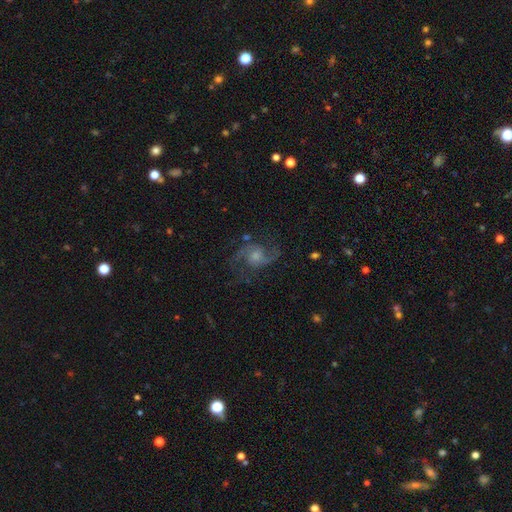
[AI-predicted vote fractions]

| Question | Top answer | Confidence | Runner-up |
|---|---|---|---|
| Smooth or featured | featured or disk | 83% | star or artifact (10%) |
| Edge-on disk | no | 97% | yes (3%) |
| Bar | no | 65% | weak (29%) |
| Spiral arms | yes | 96% | no (4%) |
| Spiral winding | medium | 53% | loose (34%) |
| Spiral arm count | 2 | 82% | 3 (7%) |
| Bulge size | small | 43% | tied: moderate (43%) |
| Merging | none | 74% | minor disturbance (14%) |